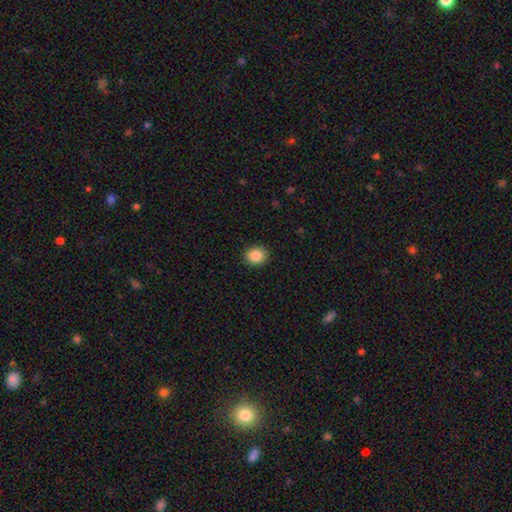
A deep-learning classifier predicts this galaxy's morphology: smooth 86%, star or artifact 9%, featured or disk 5%. Down the decision tree: how rounded — round (73%); merging — none (91%).